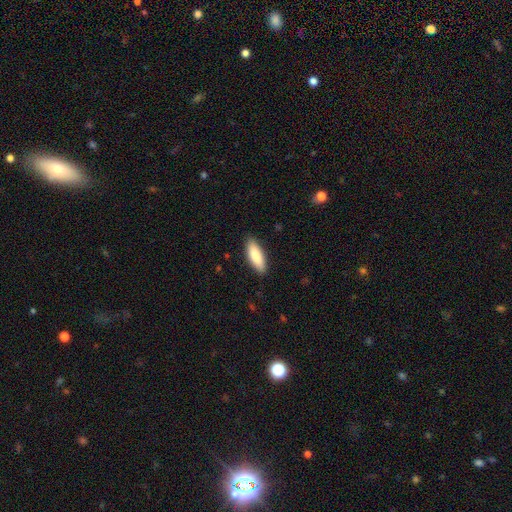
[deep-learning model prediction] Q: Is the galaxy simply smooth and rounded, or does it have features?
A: smooth — 84%.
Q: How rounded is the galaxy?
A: in between — 59%.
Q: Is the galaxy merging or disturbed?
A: none — 88%.